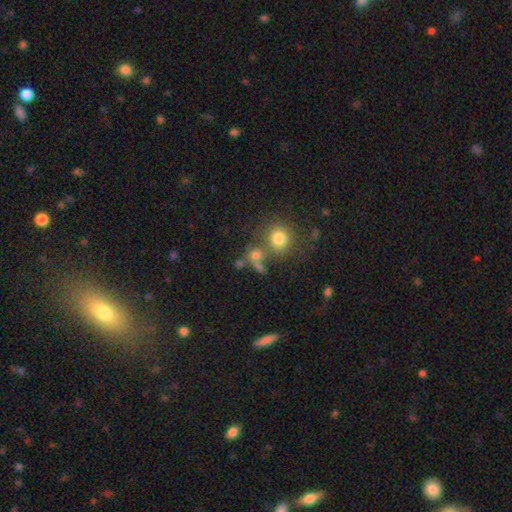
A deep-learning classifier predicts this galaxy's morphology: A smooth galaxy with no disk features (69%) that is round (76%).

Vote fractions:
- Smooth or featured? smooth: 69% / star or artifact: 18% / featured or disk: 13%
- How rounded? round: 76% / in between: 22% / cigar-shaped: 2%
- Merging? none: 49% / merger: 33% / minor disturbance: 10% / major disturbance: 7%